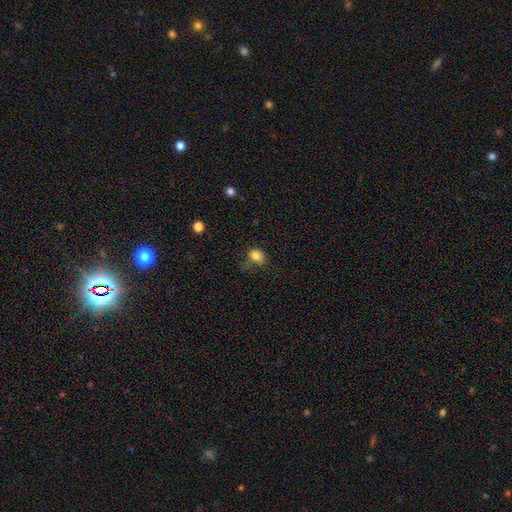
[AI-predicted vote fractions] The model was most divided on "how rounded": in between: 55%, round: 44%, cigar-shaped: 1%. Remaining: smooth or featured — smooth (80%); merging — none (44%).